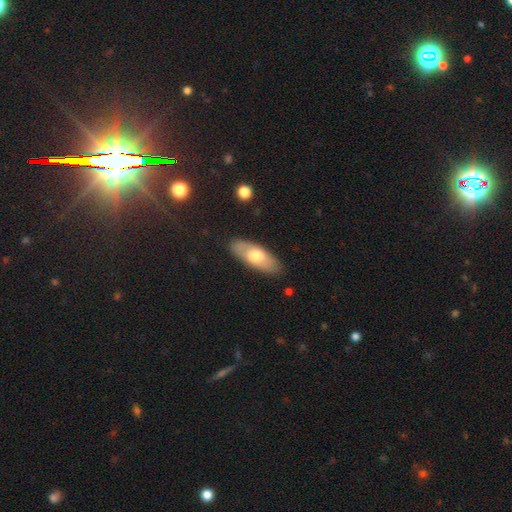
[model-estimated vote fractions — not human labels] smooth-or-featured: smooth: 64% | featured or disk: 30% | star or artifact: 6%
  how-rounded: in between: 77% | cigar-shaped: 21% | round: 2%
  merging: none: 85% | minor disturbance: 11% | major disturbance: 2% | merger: 1%